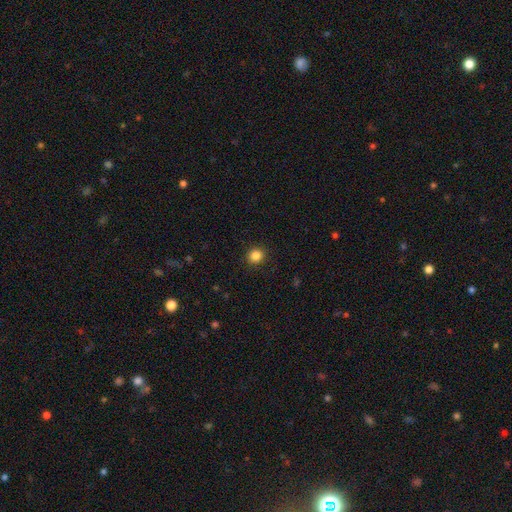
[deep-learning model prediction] This is clearly a smooth galaxy (85%). How rounded: clearly round (91%). Merging: clearly none (92%).